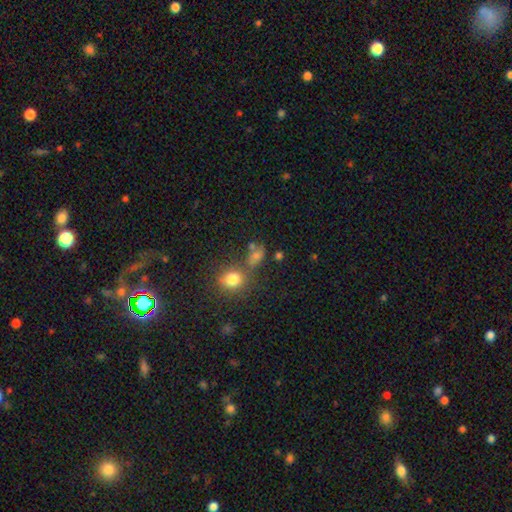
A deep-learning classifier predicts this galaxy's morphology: Smooth or featured?
  - smooth: 70% *
  - star or artifact: 20%
  - featured or disk: 10%
How rounded?
  - in between: 60% *
  - round: 36%
  - cigar-shaped: 4%
Merging?
  - none: 52% *
  - merger: 22%
  - minor disturbance: 16%
  - major disturbance: 9%